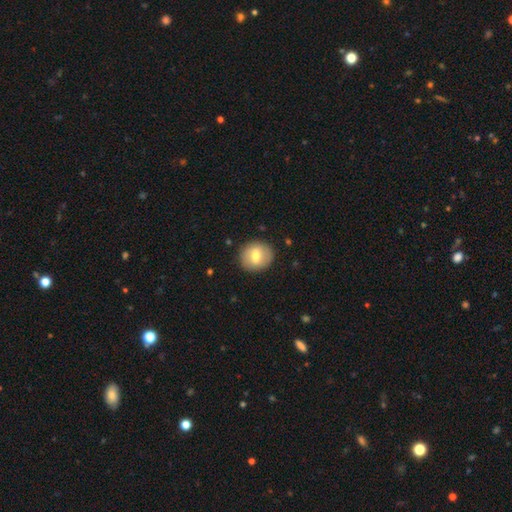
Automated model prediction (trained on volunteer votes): A smooth galaxy with no disk features (65%) that is round (80%). Merging: none (88%).